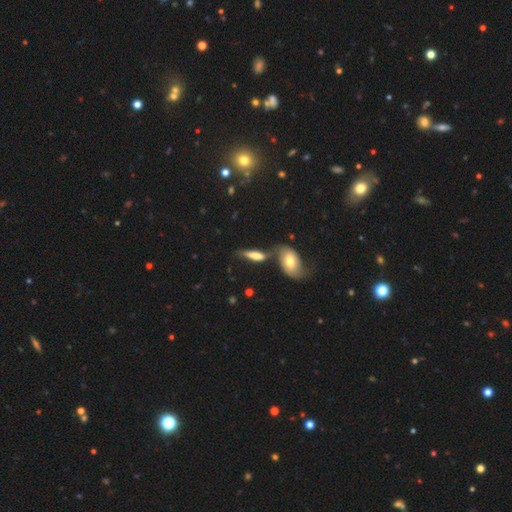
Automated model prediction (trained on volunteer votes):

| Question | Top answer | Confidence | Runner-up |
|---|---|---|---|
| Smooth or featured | smooth | 63% | featured or disk (29%) |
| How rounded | in between | 49% | cigar-shaped (48%) |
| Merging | none | 42% | merger (33%) |